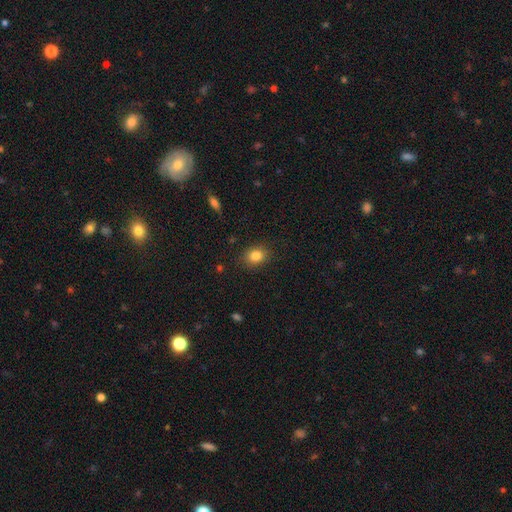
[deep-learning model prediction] Q: Smooth or featured?
A: smooth (84%); runner-up: star or artifact (10%)
Q: How rounded?
A: in between (53%); runner-up: round (46%)
Q: Merging?
A: none (86%); runner-up: minor disturbance (10%)